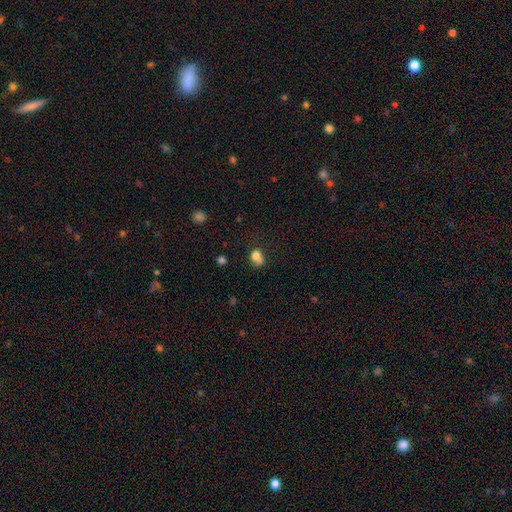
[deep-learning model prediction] This appears to be a smooth galaxy with no disk features (76%) that is round (52%). Merging: none (37%).